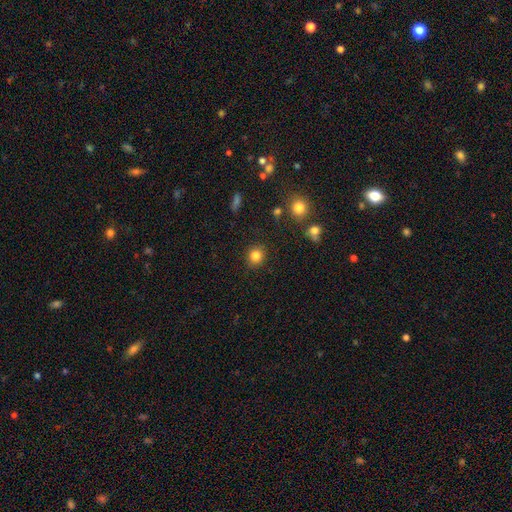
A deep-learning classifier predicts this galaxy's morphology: smooth-or-featured: smooth: 83% | star or artifact: 11% | featured or disk: 5%
  how-rounded: round: 84% | in between: 15% | cigar-shaped: 1%
  merging: none: 89% | minor disturbance: 7% | major disturbance: 2% | merger: 2%